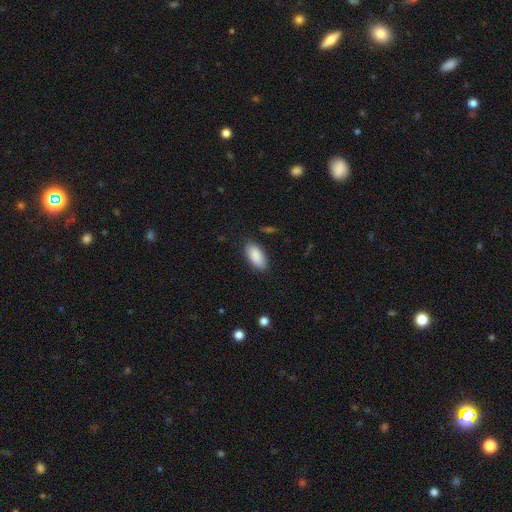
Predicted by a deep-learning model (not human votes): The model was most divided on "merging": none: 86%, minor disturbance: 11%, major disturbance: 2%, merger: 1%. More confident: how rounded — in between (92%); smooth or featured — smooth (90%).